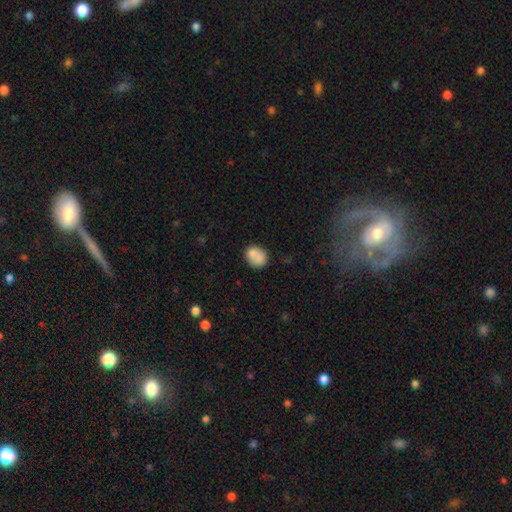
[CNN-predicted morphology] Q: Smooth or featured?
A: smooth (78%); runner-up: featured or disk (13%)
Q: How rounded?
A: round (60%); runner-up: in between (39%)
Q: Merging?
A: none (49%); runner-up: merger (29%)